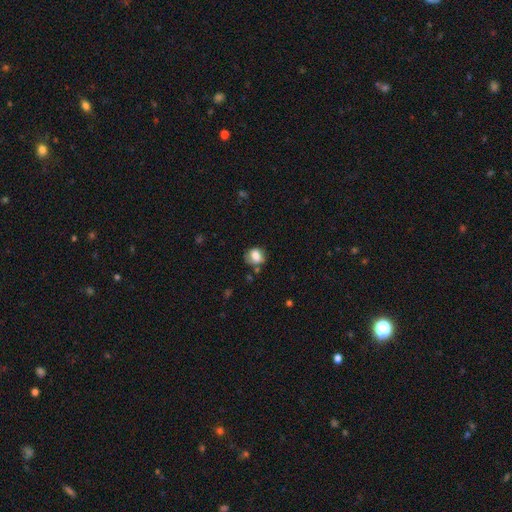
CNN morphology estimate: Smooth or featured? smooth (77%)
How rounded? round (59%)
Merging? none (61%)